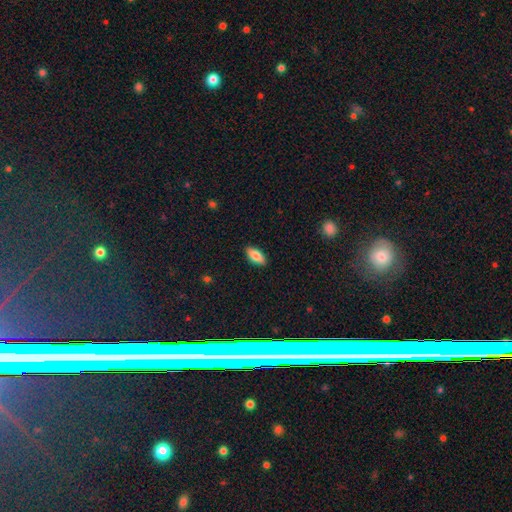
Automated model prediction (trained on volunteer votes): Smooth or featured? smooth (79%)
How rounded? in between (86%)
Merging? none (88%)